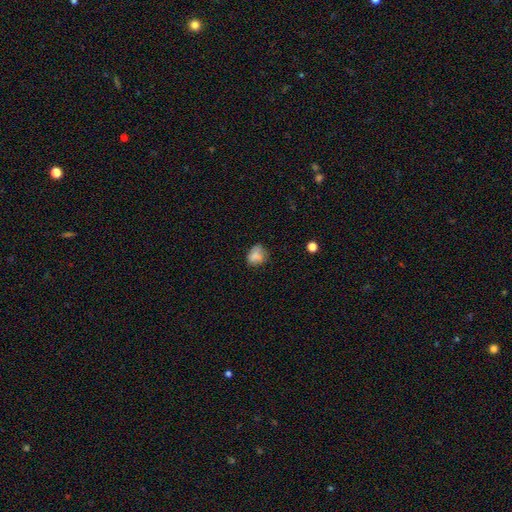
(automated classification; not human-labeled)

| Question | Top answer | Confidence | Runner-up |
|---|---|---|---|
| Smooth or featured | smooth | 80% | star or artifact (11%) |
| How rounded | round | 52% | in between (47%) |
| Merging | none | 55% | minor disturbance (31%) |